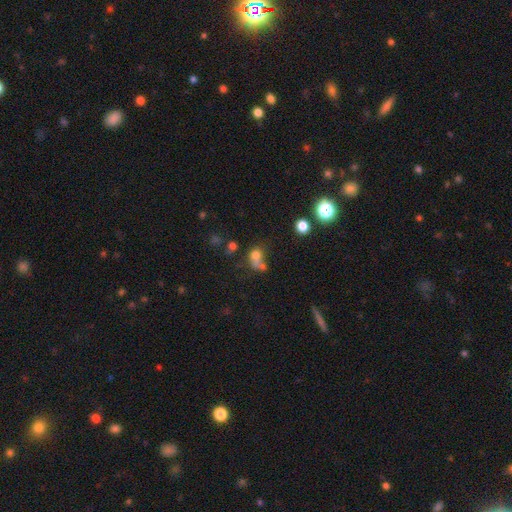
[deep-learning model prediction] Morphology: type=smooth (66%); roundness=round (66%); merging=merger (45%).